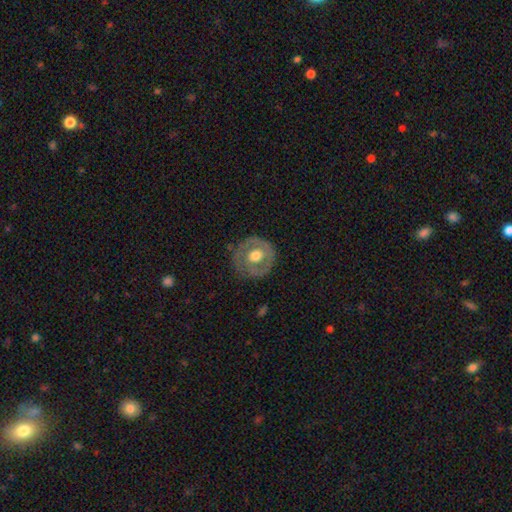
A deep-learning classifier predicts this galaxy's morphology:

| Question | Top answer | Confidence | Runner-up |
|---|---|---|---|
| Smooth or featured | featured or disk | 53% | smooth (42%) |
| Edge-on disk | no | 95% | yes (5%) |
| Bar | no | 81% | weak (15%) |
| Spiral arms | no | 79% | yes (21%) |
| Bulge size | moderate | 62% | large (31%) |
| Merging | none | 78% | minor disturbance (15%) |